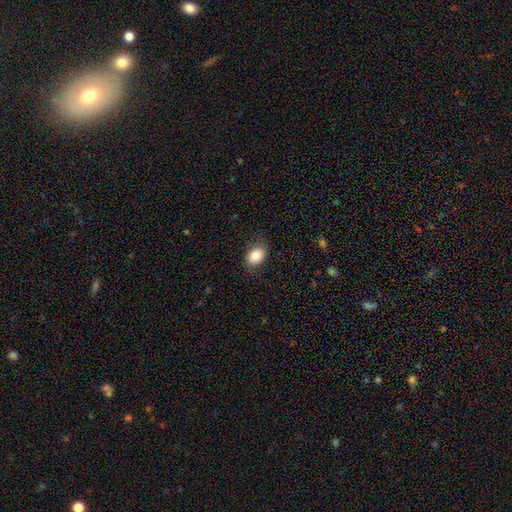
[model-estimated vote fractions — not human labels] A smooth galaxy with no disk features (85%) that is in between round and cigar-shaped (79%).

Vote fractions:
- Smooth or featured? smooth: 85% / star or artifact: 8% / featured or disk: 7%
- How rounded? in between: 79% / round: 20% / cigar-shaped: 1%
- Merging? none: 82% / minor disturbance: 13% / major disturbance: 3% / merger: 1%